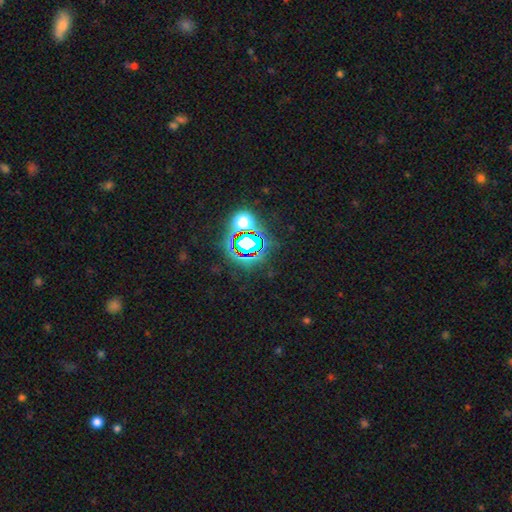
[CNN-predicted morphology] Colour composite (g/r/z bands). It shows a star or artifact, not a galaxy (74%).